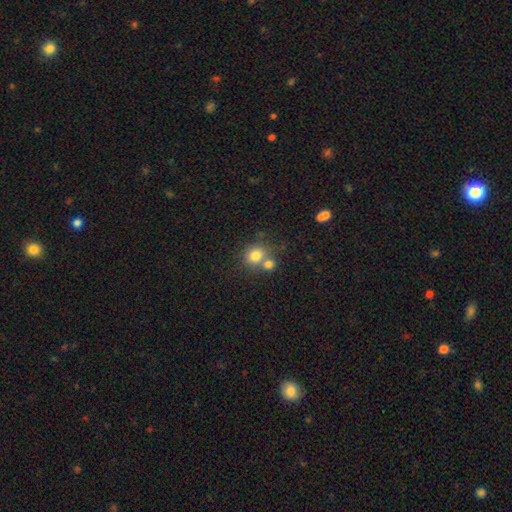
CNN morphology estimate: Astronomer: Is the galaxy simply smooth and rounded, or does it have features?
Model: smooth — 78%.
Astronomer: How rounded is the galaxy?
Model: round — 80%.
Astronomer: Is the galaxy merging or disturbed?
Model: none — 49% (runner-up: merger, 39%).